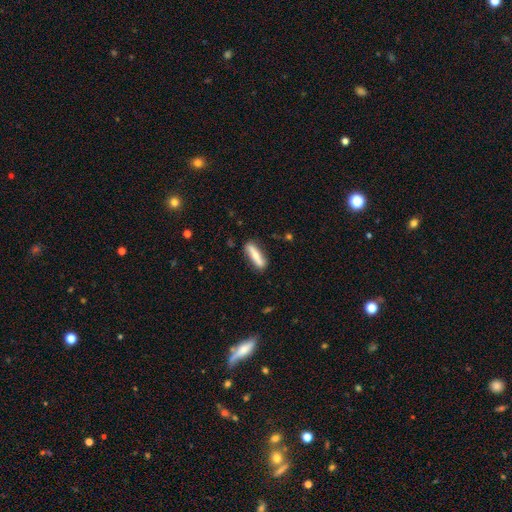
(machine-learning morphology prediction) This appears to be a smooth galaxy with no disk features (67%) that is cigar-shaped (71%). Merging: none (82%).